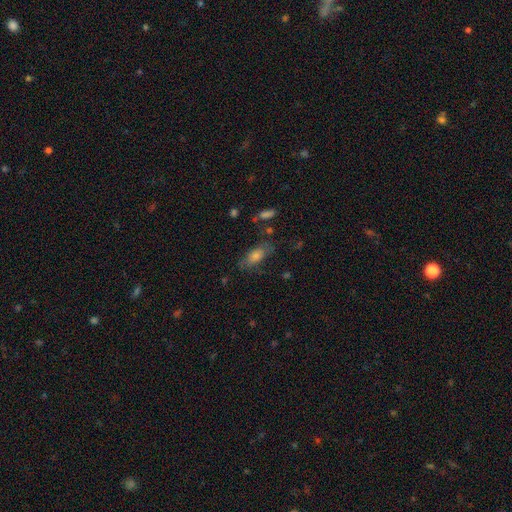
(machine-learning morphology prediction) smooth-or-featured: smooth: 61% | featured or disk: 24% | star or artifact: 15%
  how-rounded: in between: 74% | cigar-shaped: 22% | round: 5%
  merging: none: 71% | minor disturbance: 18% | major disturbance: 7% | merger: 4%